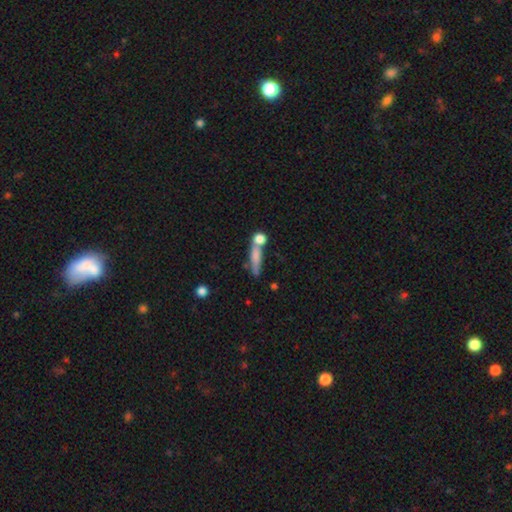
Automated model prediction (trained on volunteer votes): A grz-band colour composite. It shows a smooth galaxy with no disk features (66%) that is cigar-shaped (70%). Merging: none (50%).